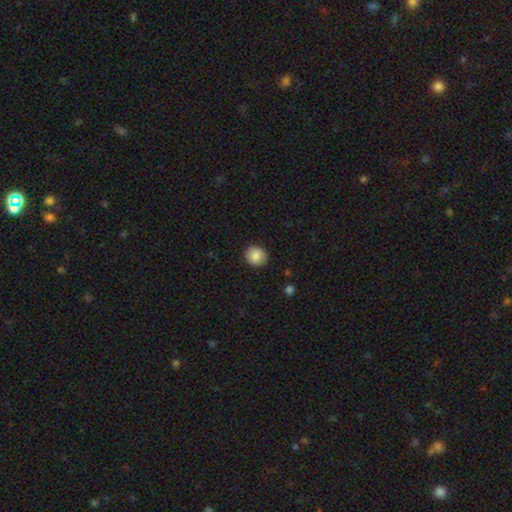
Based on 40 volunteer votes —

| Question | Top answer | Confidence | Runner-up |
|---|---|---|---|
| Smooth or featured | smooth | 88% | star or artifact (10%) |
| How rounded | round | 66% | in between (34%) |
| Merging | none | 78% | minor disturbance (14%) |